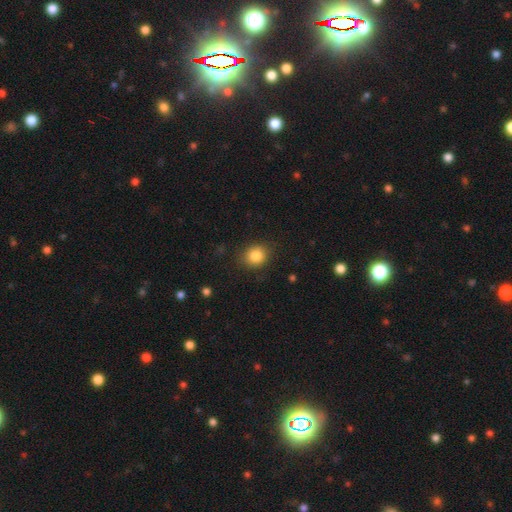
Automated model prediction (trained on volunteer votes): The model was most divided on "how rounded": round: 70%, in between: 29%, cigar-shaped: 1%. More confident: merging — none (84%); smooth or featured — smooth (84%).